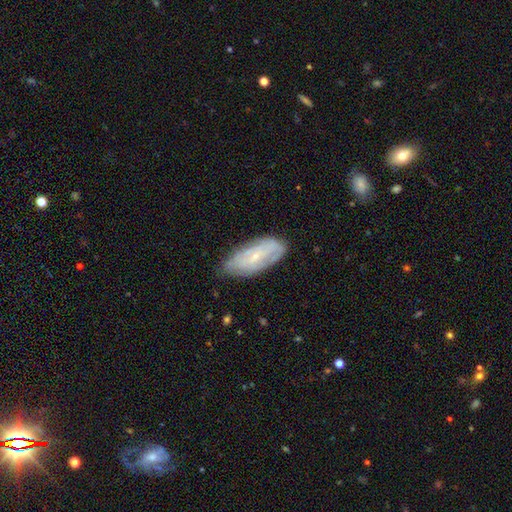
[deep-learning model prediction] This appears to be a featured or disk galaxy (57%) with no bar (62%), spiral arms (66%) and a small central bulge (79%). Merging: none (69%).